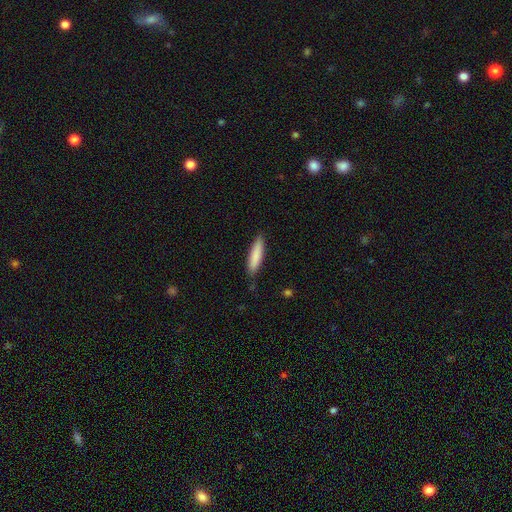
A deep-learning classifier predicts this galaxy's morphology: Smooth or featured? Predicted: smooth (p=0.84). How rounded? Predicted: cigar-shaped (p=0.79). Merging? Predicted: none (p=0.85).